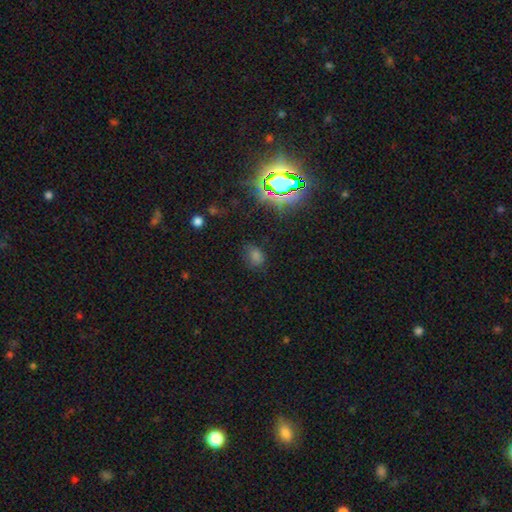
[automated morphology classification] Q: Smooth or featured?
A: smooth (55%); runner-up: star or artifact (37%)
Q: How rounded?
A: in between (61%); runner-up: round (37%)
Q: Merging?
A: none (74%); runner-up: minor disturbance (17%)